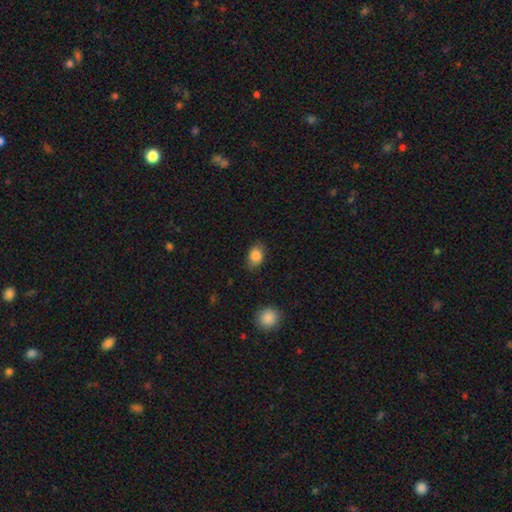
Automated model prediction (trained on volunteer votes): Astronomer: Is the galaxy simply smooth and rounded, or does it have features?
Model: smooth — 85%.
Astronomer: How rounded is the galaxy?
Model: in between — 72%.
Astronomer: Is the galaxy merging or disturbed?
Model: none — 78%.